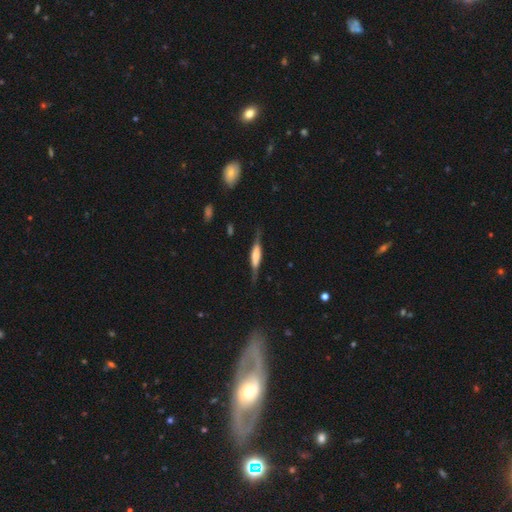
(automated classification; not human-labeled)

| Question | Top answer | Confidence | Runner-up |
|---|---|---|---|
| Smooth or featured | featured or disk | 63% | smooth (31%) |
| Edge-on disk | yes | 94% | no (6%) |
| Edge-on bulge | boxy | 60% | rounded (30%) |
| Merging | none | 77% | minor disturbance (16%) |